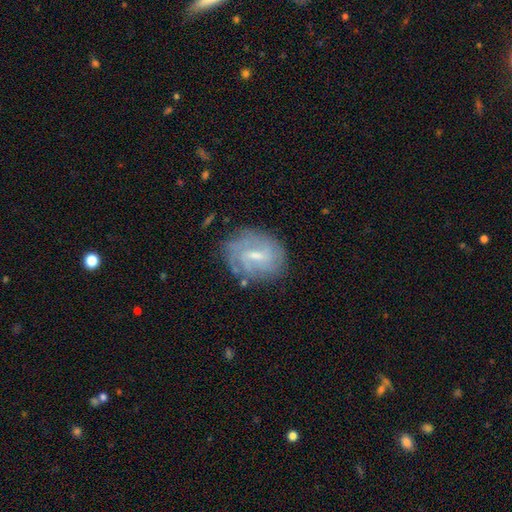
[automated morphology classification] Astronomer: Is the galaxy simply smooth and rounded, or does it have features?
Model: featured or disk — 72%.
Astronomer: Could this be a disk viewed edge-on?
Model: no — 97%.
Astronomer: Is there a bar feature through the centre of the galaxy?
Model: weak — 61%.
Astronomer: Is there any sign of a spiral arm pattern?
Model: yes — 84%.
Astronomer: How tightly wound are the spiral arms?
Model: tight — 55% (runner-up: medium, 32%).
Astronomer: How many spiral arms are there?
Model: can't tell — 47% (runner-up: 2, 27%).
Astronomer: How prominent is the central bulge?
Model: small — 52% (runner-up: moderate, 37%).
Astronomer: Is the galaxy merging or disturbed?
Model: none — 72%.